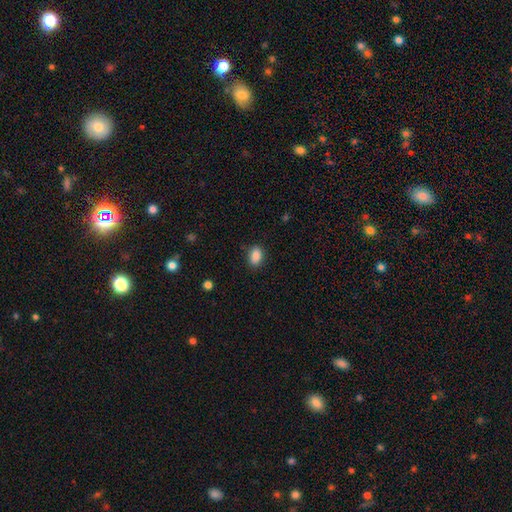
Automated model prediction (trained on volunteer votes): Smooth or featured? smooth (88%)
How rounded? in between (83%)
Merging? none (86%)